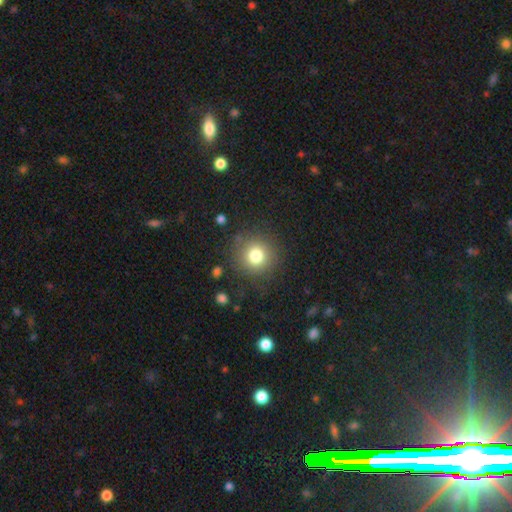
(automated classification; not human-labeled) Q: Smooth or featured?
A: smooth (79%); runner-up: star or artifact (13%)
Q: How rounded?
A: round (93%); runner-up: in between (6%)
Q: Merging?
A: none (85%); runner-up: minor disturbance (9%)